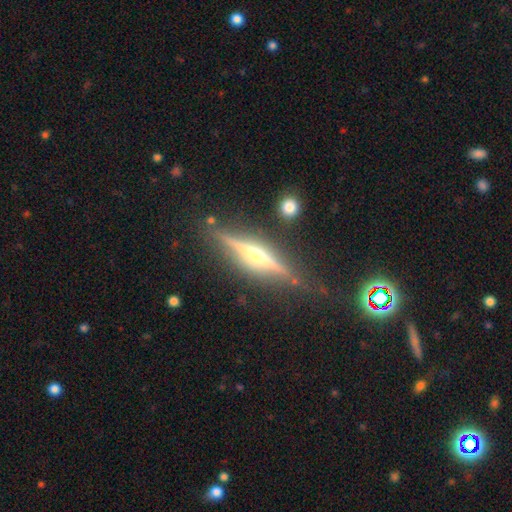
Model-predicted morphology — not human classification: Q: Smooth or featured?
A: featured or disk (83%); runner-up: smooth (11%)
Q: Edge-on disk?
A: yes (98%); runner-up: no (2%)
Q: Edge-on bulge?
A: rounded (88%); runner-up: none (6%)
Q: Merging?
A: none (84%); runner-up: minor disturbance (11%)